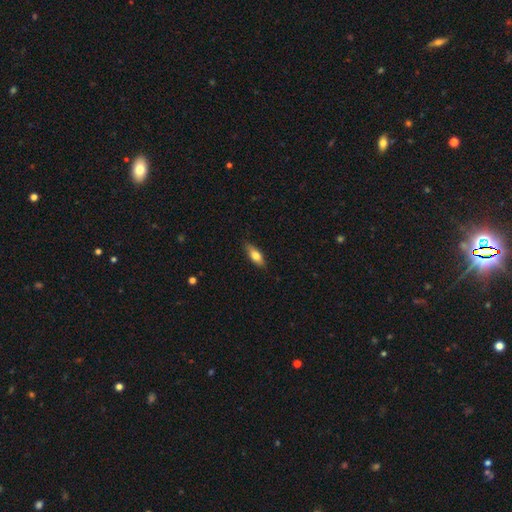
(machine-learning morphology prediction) smooth_or_featured: smooth (p=0.68) [alt: featured or disk p=0.26]
how_rounded: in between (p=0.67) [alt: cigar-shaped p=0.31]
merging: none (p=0.85) [alt: minor disturbance p=0.12]